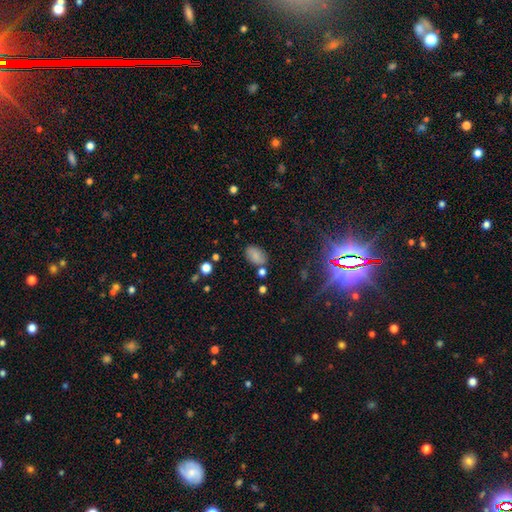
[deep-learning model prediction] smooth 80%, star or artifact 11%, featured or disk 10%. Down the decision tree: how rounded — in between (88%); merging — none (73%).